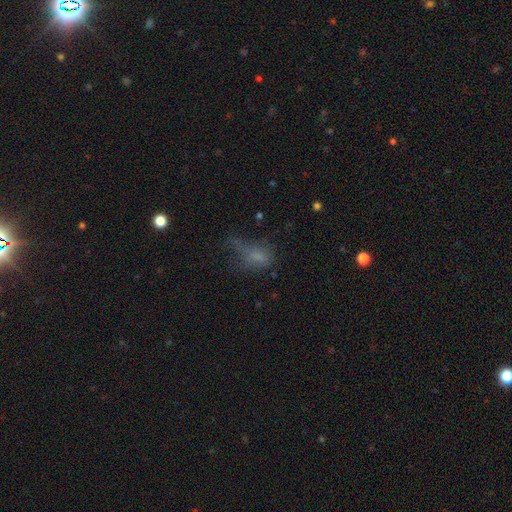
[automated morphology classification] type=smooth (58%); roundness=in between (76%); merging=major disturbance (43%).